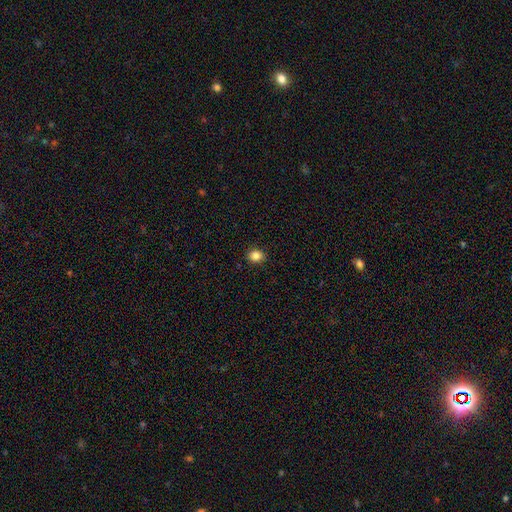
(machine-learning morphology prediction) Overall: smooth (86%). How rounded: round (79%). Merging: none (91%).